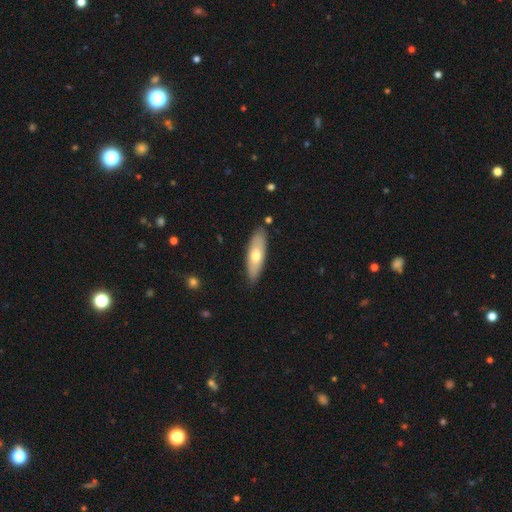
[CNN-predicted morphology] Smooth or featured? smooth (62%)
How rounded? in between (53%)
Merging? none (85%)